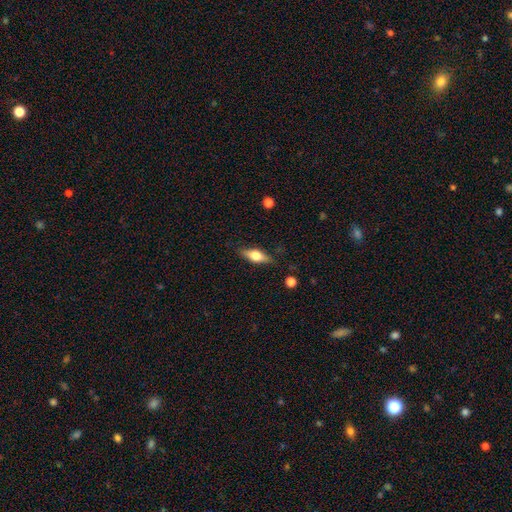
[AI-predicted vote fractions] smooth 51%, featured or disk 43%, star or artifact 7%. Down the decision tree: how rounded — in between (63%); merging — none (83%).